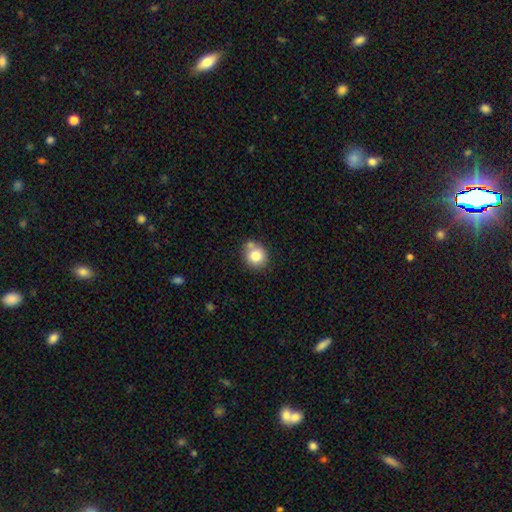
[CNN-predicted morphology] Smooth or featured? smooth (80%)
How rounded? round (82%)
Merging? none (64%)